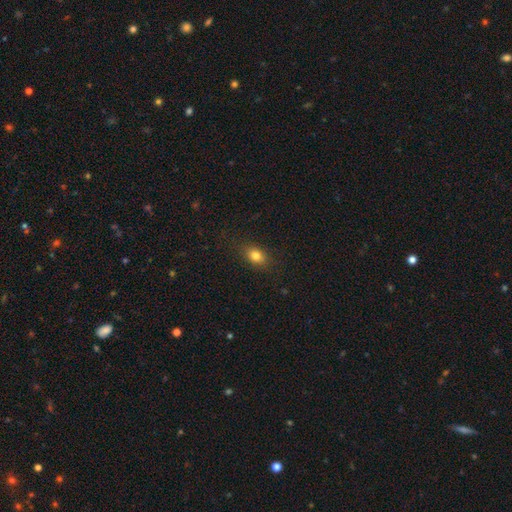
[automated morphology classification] A smooth galaxy with no disk features (82%) that is in between round and cigar-shaped (74%).

Vote fractions:
- Smooth or featured? smooth: 82% / star or artifact: 10% / featured or disk: 8%
- How rounded? in between: 74% / round: 24% / cigar-shaped: 2%
- Merging? none: 84% / minor disturbance: 12% / major disturbance: 4% / merger: 1%